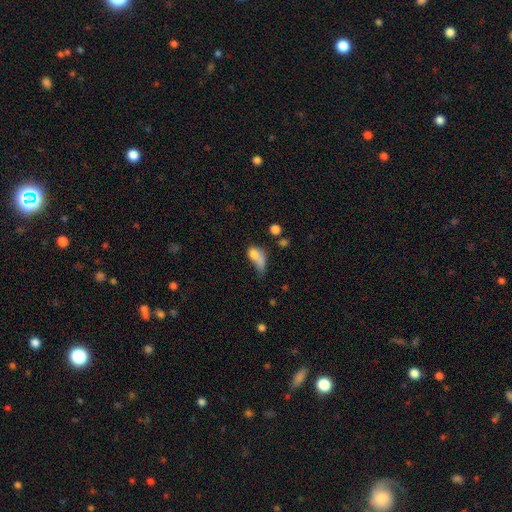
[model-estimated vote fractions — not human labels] smooth-or-featured: smooth: 71% | featured or disk: 18% | star or artifact: 11%
  how-rounded: in between: 68% | round: 26% | cigar-shaped: 7%
  merging: merger: 40% | major disturbance: 26% | none: 19% | minor disturbance: 15%